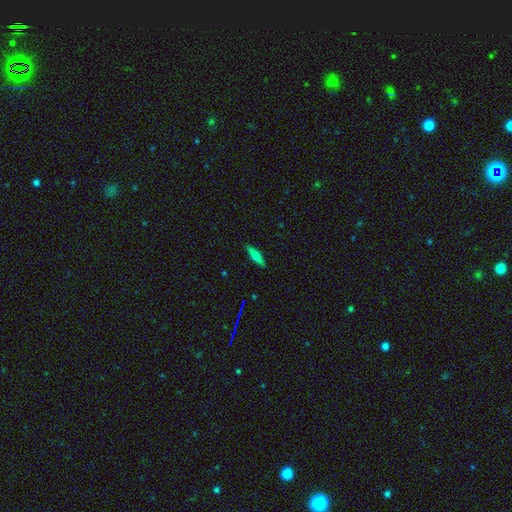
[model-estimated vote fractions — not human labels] This is possibly a smooth galaxy (59%). How rounded: likely cigar-shaped (74%). Merging: clearly none (89%).